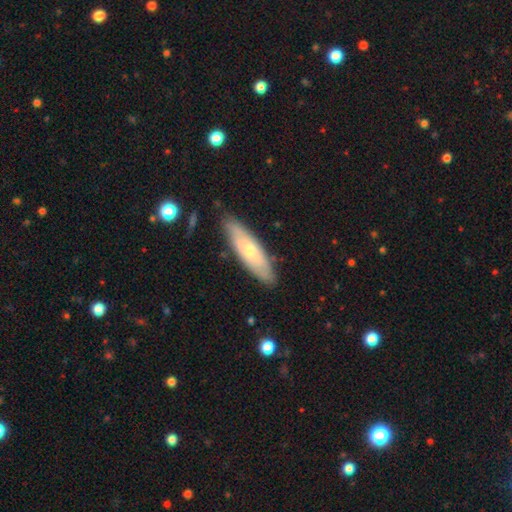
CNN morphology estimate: Smooth or featured? Predicted: smooth (p=0.50). How rounded? Predicted: cigar-shaped (p=0.55). Merging? Predicted: none (p=0.82).